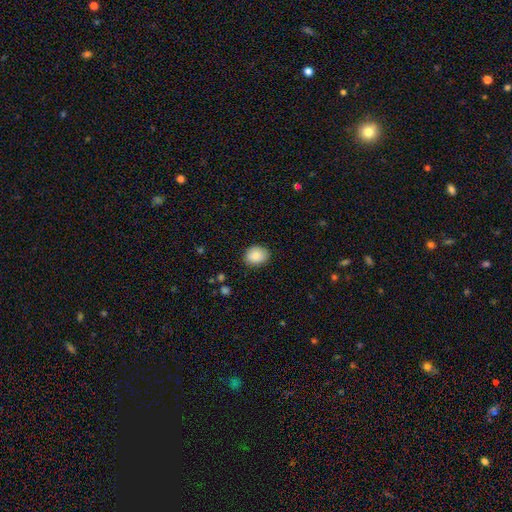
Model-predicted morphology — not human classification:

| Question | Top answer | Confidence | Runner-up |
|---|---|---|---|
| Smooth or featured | smooth | 88% | star or artifact (7%) |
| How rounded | in between | 52% | round (47%) |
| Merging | none | 83% | minor disturbance (13%) |